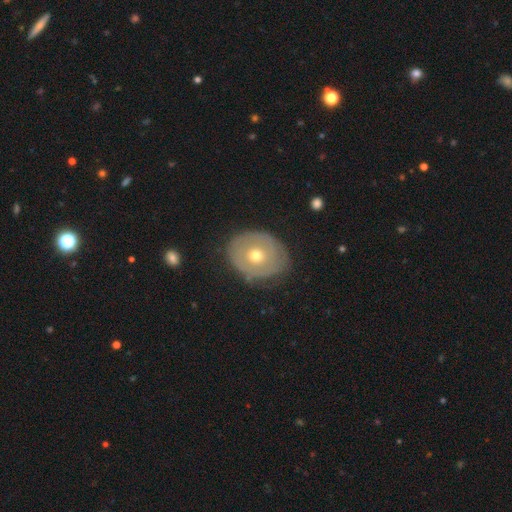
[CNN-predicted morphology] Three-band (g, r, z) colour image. It shows a featured or disk galaxy (54%) with no bar (89%), no spiral arms (65%) and a moderate central bulge (60%). Merging: none (77%).